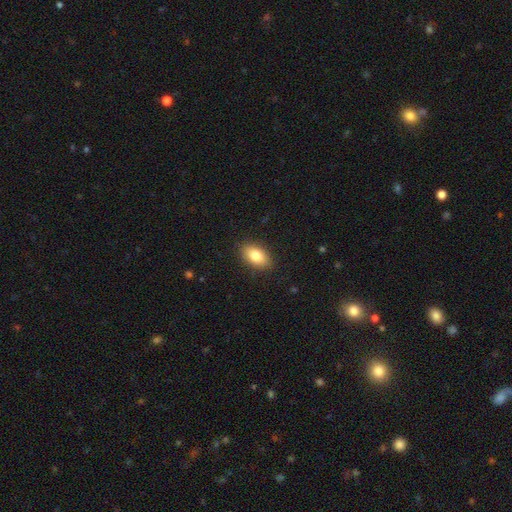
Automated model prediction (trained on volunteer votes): A smooth galaxy with no disk features (83%) that is in between round and cigar-shaped (90%).

Vote fractions:
- Smooth or featured? smooth: 83% / featured or disk: 10% / star or artifact: 7%
- How rounded? in between: 90% / round: 8% / cigar-shaped: 2%
- Merging? none: 88% / minor disturbance: 9% / major disturbance: 2% / merger: 1%